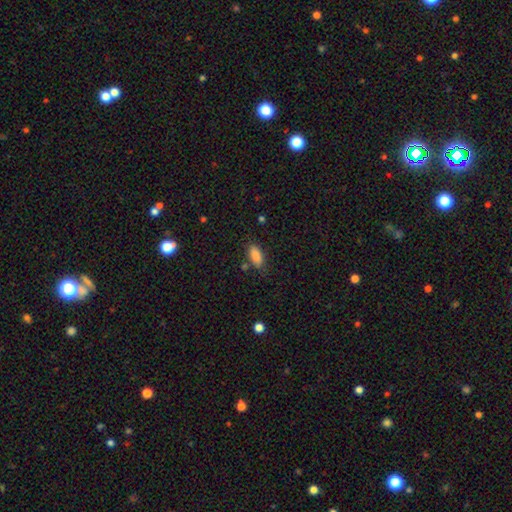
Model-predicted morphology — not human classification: This appears to be a smooth galaxy with no disk features (85%) that is in between round and cigar-shaped (84%). Merging: none (78%).